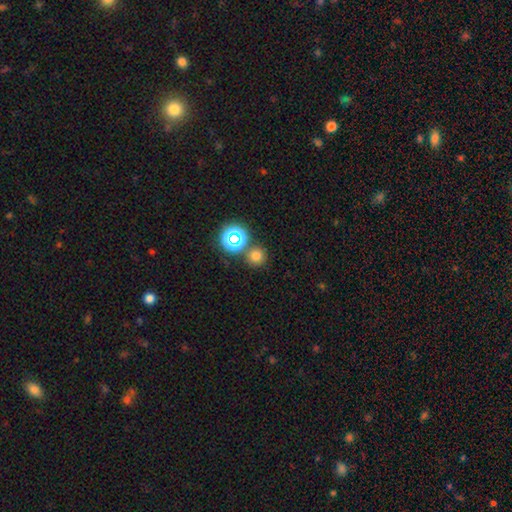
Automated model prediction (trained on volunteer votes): Q: Smooth or featured?
A: smooth (71%); runner-up: star or artifact (23%)
Q: How rounded?
A: round (93%); runner-up: in between (6%)
Q: Merging?
A: none (77%); runner-up: merger (14%)